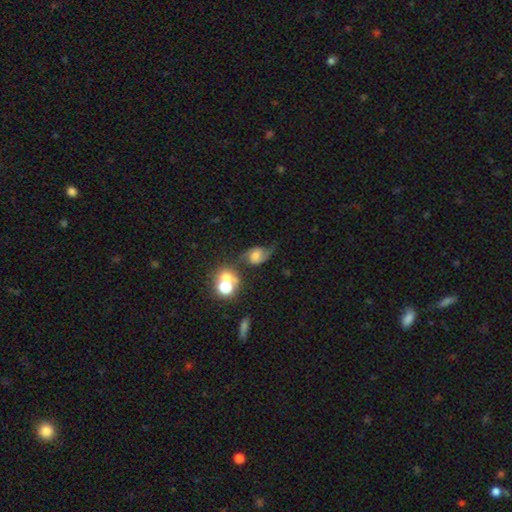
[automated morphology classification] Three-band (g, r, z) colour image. It shows a featured or disk galaxy (65%) with no bar (49%), 2 (87%) loose (57%) spiral arms (91%) and a moderate central bulge (39%). Merging: none (50%).